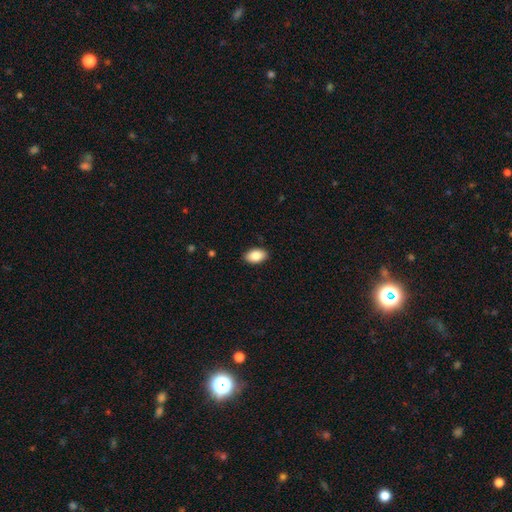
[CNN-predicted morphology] Smooth or featured?
  - smooth: 86% *
  - star or artifact: 7%
  - featured or disk: 7%
How rounded?
  - in between: 92% *
  - round: 6%
  - cigar-shaped: 1%
Merging?
  - none: 89% *
  - minor disturbance: 8%
  - major disturbance: 2%
  - merger: 1%